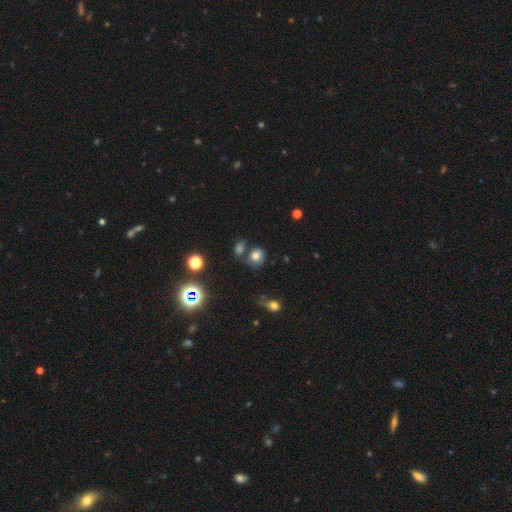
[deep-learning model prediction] This appears to be a smooth galaxy with no disk features (73%) that is round (65%). Merging: none (62%).